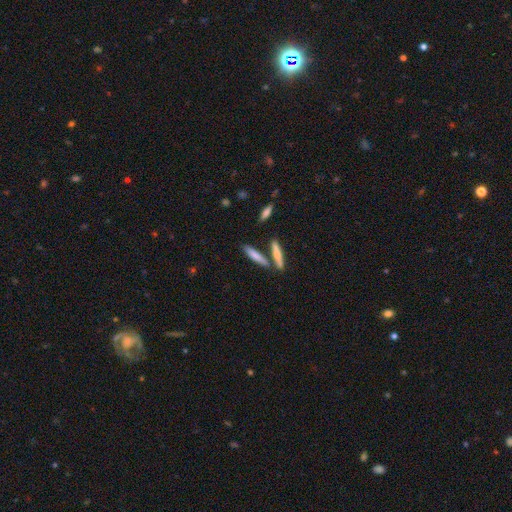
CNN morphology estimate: Smooth or featured? Predicted: smooth (p=0.70). How rounded? Predicted: cigar-shaped (p=0.81). Merging? Predicted: none (p=0.68).